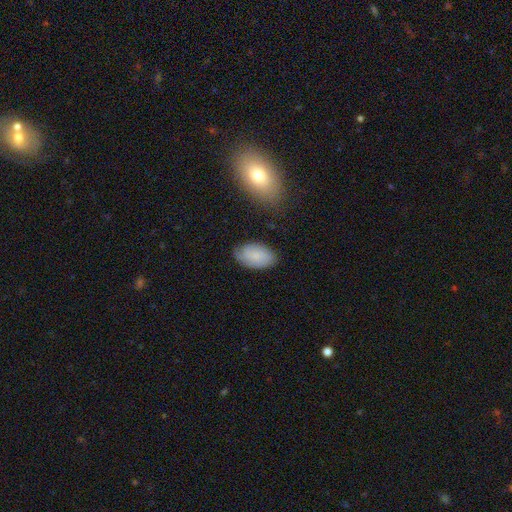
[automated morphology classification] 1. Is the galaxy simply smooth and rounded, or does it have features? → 65% smooth, 27% featured or disk, 8% star or artifact.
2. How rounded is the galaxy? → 93% in between, 5% round, 2% cigar-shaped.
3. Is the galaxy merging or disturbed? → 76% none, 17% minor disturbance, 4% major disturbance, 2% merger.